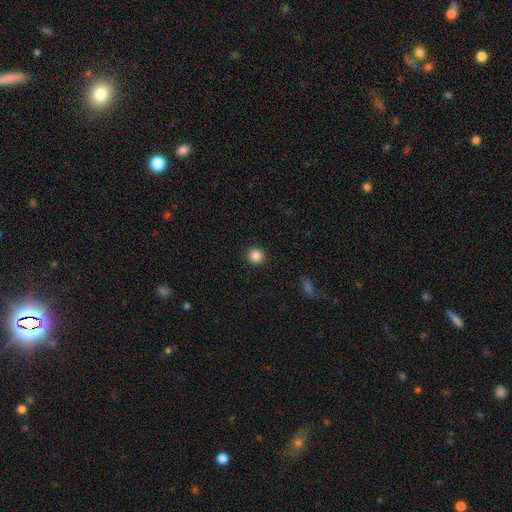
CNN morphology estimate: Smooth or featured?
  - smooth: 85% *
  - star or artifact: 11%
  - featured or disk: 4%
How rounded?
  - round: 94% *
  - in between: 5%
  - cigar-shaped: 1%
Merging?
  - none: 93% *
  - minor disturbance: 5%
  - major disturbance: 2%
  - merger: 1%